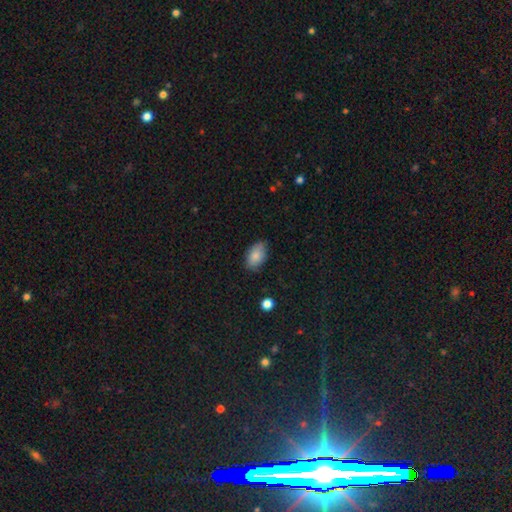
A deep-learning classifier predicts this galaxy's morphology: smooth-or-featured: smooth: 84% | featured or disk: 8% | star or artifact: 7%
  how-rounded: in between: 92% | round: 6% | cigar-shaped: 2%
  merging: none: 75% | minor disturbance: 20% | major disturbance: 3% | merger: 1%